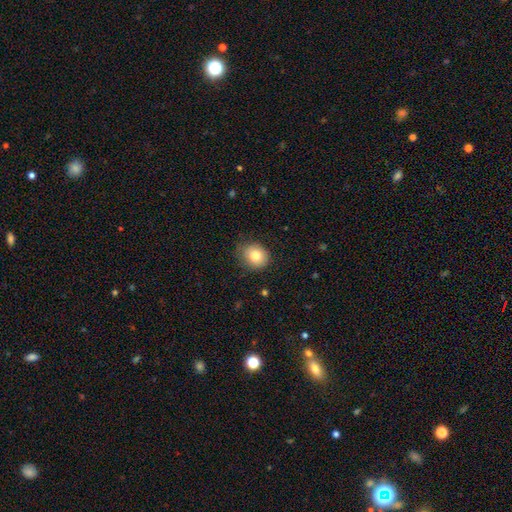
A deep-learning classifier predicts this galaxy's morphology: Overall: smooth (81%). How rounded: round (72%). Merging: none (79%).